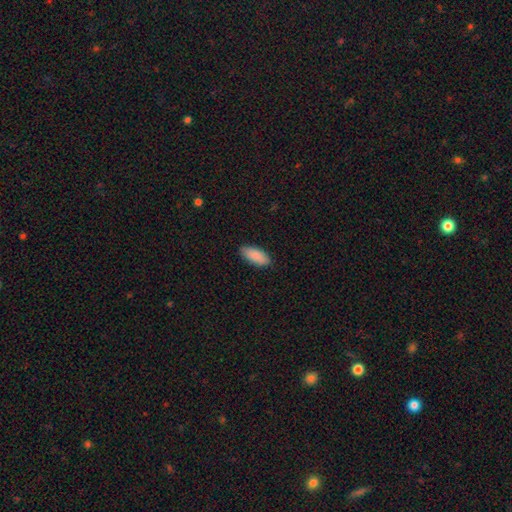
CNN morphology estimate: The model was most divided on "how rounded": in between: 87%, cigar-shaped: 11%, round: 2%. More confident: smooth or featured — smooth (90%); merging — none (87%).